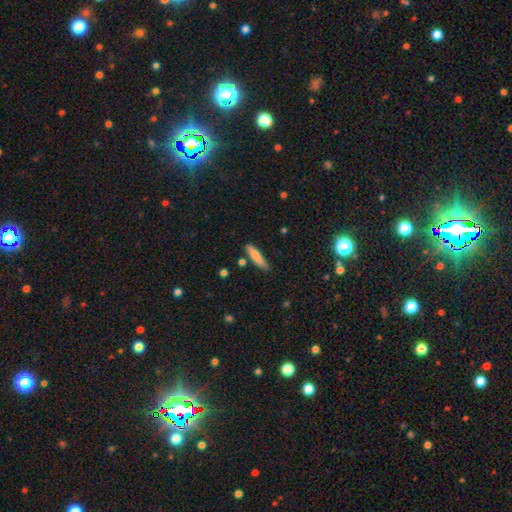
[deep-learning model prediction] smooth-or-featured: smooth: 80% | featured or disk: 14% | star or artifact: 7%
  how-rounded: cigar-shaped: 80% | in between: 19% | round: 2%
  merging: none: 74% | minor disturbance: 18% | merger: 4% | major disturbance: 3%